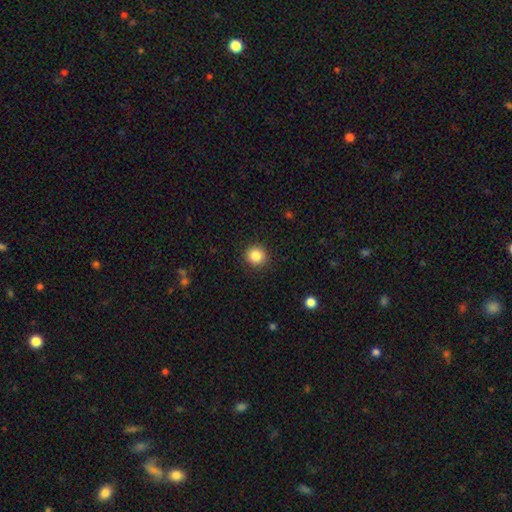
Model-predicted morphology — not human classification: smooth_or_featured: smooth (p=0.86) [alt: star or artifact p=0.10]
how_rounded: round (p=0.93) [alt: in between p=0.06]
merging: none (p=0.91) [alt: minor disturbance p=0.06]